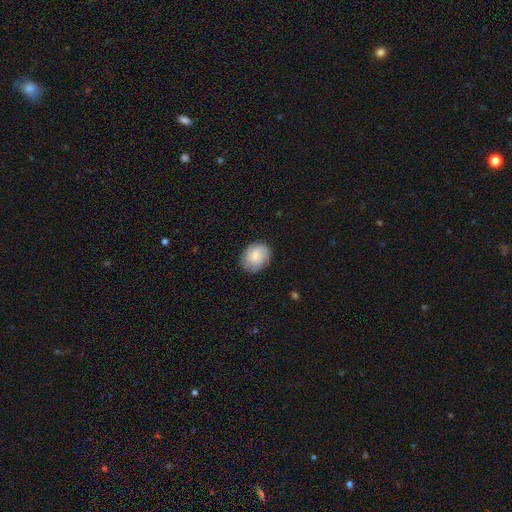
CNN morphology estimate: Smooth or featured? smooth (62%)
How rounded? round (52%)
Merging? none (78%)